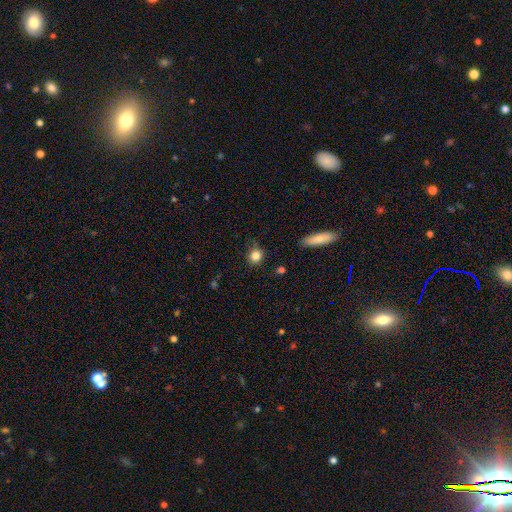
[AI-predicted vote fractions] Smooth or featured? smooth (84%)
How rounded? round (82%)
Merging? none (78%)